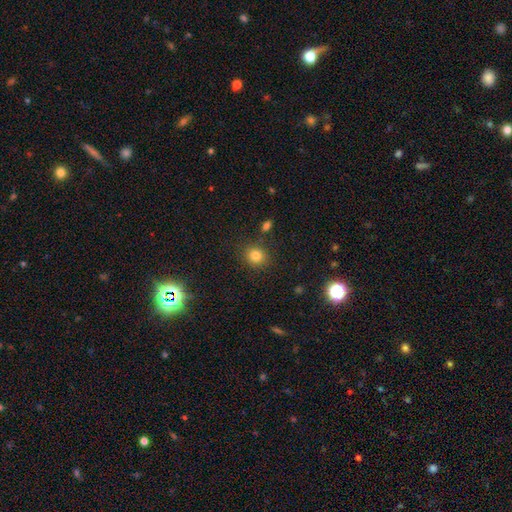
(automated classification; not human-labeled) Q: Smooth or featured?
A: smooth (81%); runner-up: star or artifact (13%)
Q: How rounded?
A: round (87%); runner-up: in between (12%)
Q: Merging?
A: none (85%); runner-up: minor disturbance (8%)